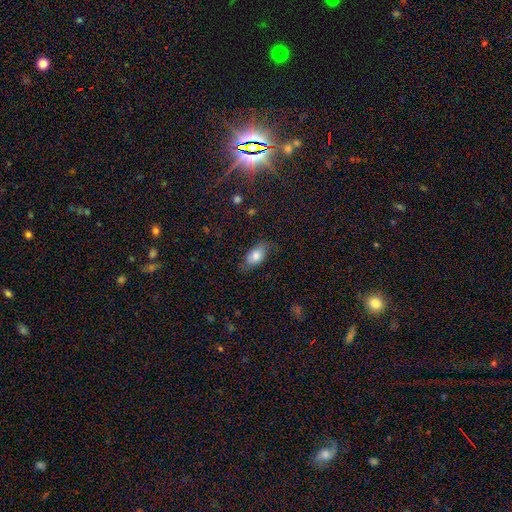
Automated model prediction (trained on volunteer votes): Smooth or featured?
  - smooth: 76% *
  - featured or disk: 17%
  - star or artifact: 7%
How rounded?
  - in between: 90% *
  - round: 5%
  - cigar-shaped: 5%
Merging?
  - none: 69% *
  - minor disturbance: 23%
  - major disturbance: 7%
  - merger: 1%